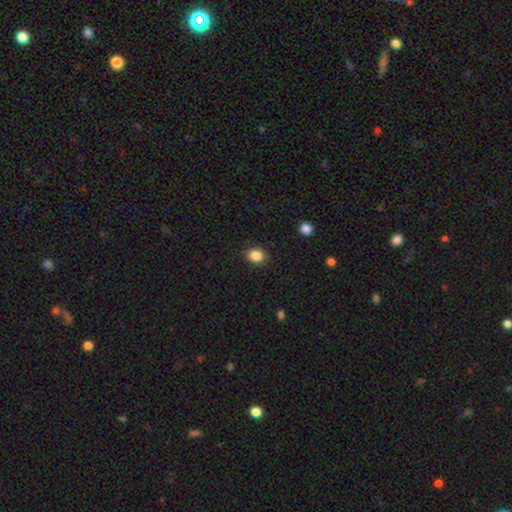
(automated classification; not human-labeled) smooth-or-featured: smooth: 86% | star or artifact: 10% | featured or disk: 4%
  how-rounded: round: 63% | in between: 36% | cigar-shaped: 1%
  merging: none: 88% | minor disturbance: 8% | major disturbance: 2% | merger: 1%